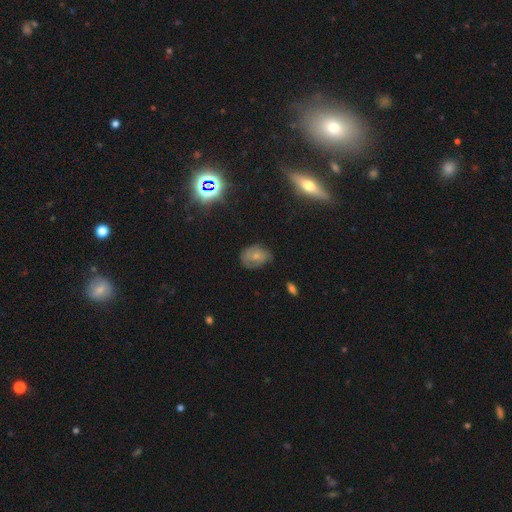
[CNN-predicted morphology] A smooth galaxy with no disk features (54%) that is in between round and cigar-shaped (63%).

Vote fractions:
- Smooth or featured? smooth: 54% / featured or disk: 32% / star or artifact: 13%
- How rounded? in between: 63% / round: 35% / cigar-shaped: 1%
- Merging? none: 55% / minor disturbance: 32% / major disturbance: 11% / merger: 2%